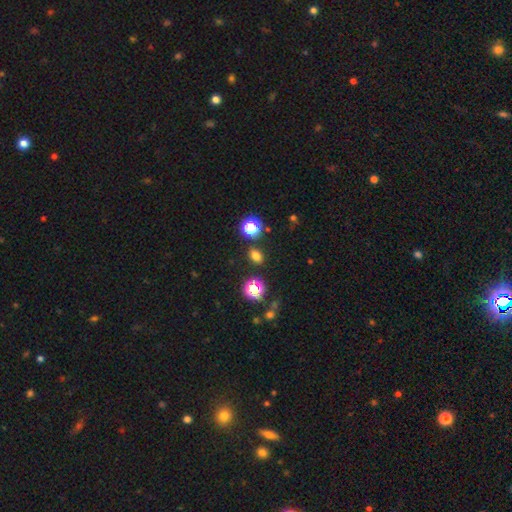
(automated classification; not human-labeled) Overall: smooth (73%). How rounded: in between (58%; round 40%). Merging: none (84%).